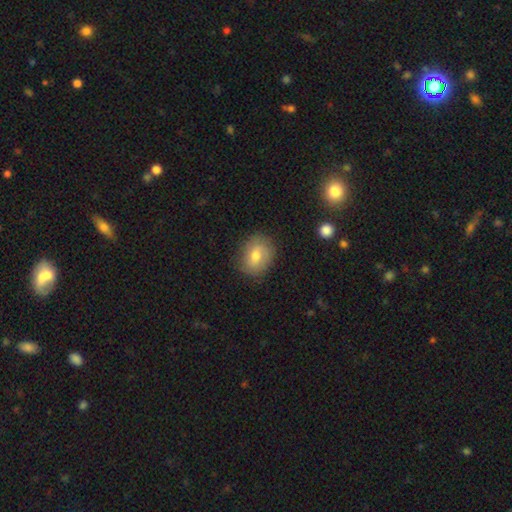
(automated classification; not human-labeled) Smooth or featured? smooth (67%)
How rounded? in between (61%)
Merging? none (80%)